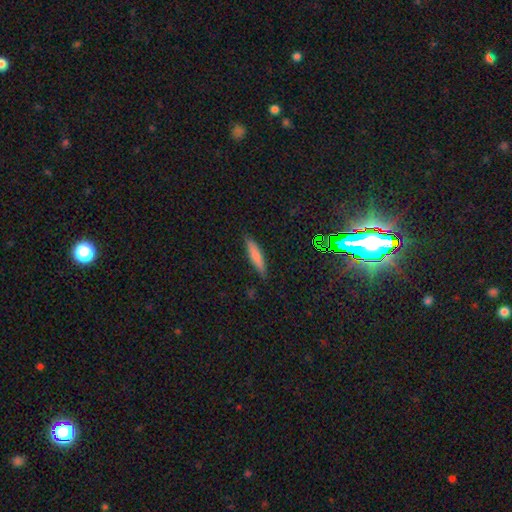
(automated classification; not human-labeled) Morphology: type=smooth (74%); roundness=cigar-shaped (78%); merging=none (85%).